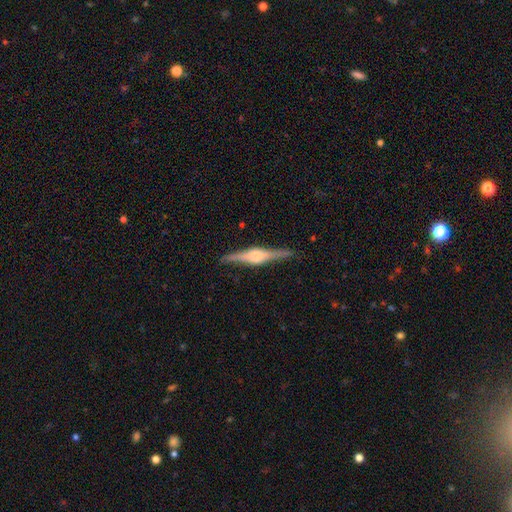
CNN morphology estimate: Smooth or featured?
  - featured or disk: 82% *
  - smooth: 12%
  - star or artifact: 5%
Edge-on disk?
  - yes: 98% *
  - no: 2%
Edge-on bulge?
  - rounded: 79% *
  - boxy: 18%
  - none: 3%
Merging?
  - none: 89% *
  - minor disturbance: 8%
  - major disturbance: 2%
  - merger: 1%